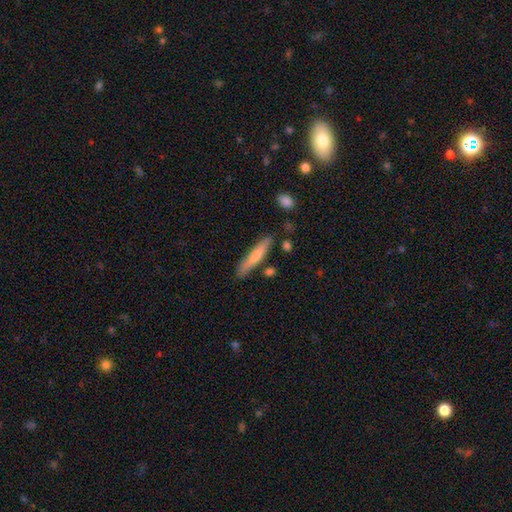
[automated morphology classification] Smooth or featured: smooth — 71% (featured or disk — 24%)
How rounded: cigar-shaped — 89% (in between — 9%)
Merging: none — 80% (minor disturbance — 13%)